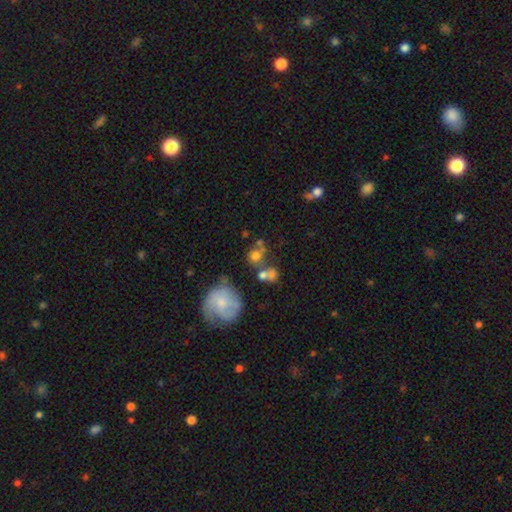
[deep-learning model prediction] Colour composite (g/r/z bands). It shows a smooth galaxy with no disk features (65%) that is round (79%). Merging: none (45%).